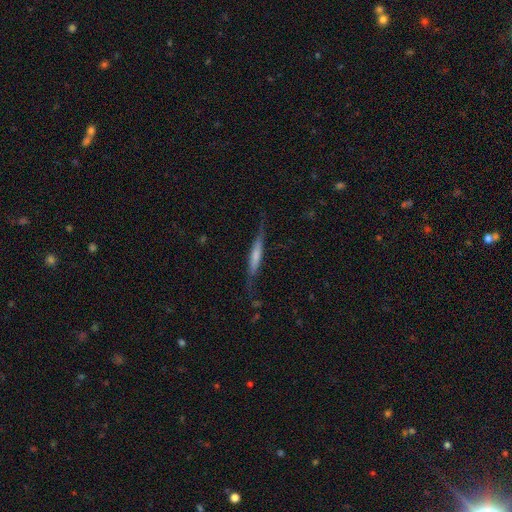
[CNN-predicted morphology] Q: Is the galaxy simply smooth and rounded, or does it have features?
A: smooth — 48%.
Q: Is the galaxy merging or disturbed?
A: none — 68%.